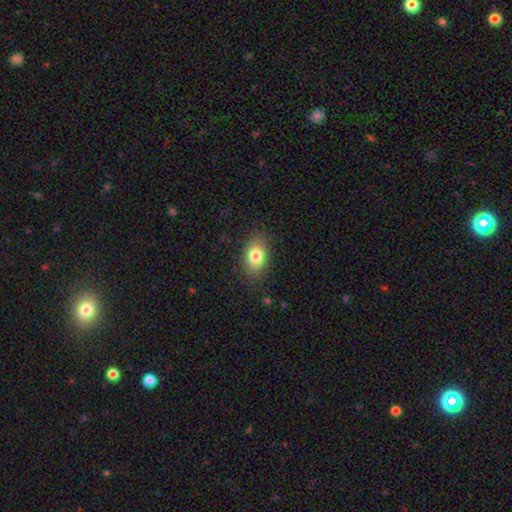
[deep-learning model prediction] Smooth or featured: smooth — 81% (featured or disk — 11%)
How rounded: in between — 86% (round — 12%)
Merging: none — 84% (minor disturbance — 12%)